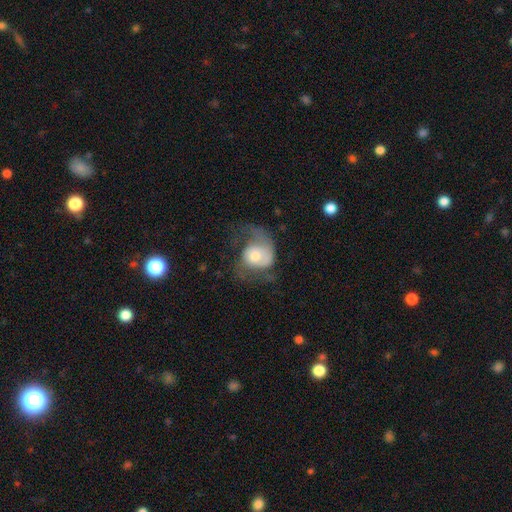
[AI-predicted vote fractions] Smooth or featured?
  - featured or disk: 61% *
  - smooth: 32%
  - star or artifact: 7%
Edge-on disk?
  - no: 97% *
  - yes: 3%
Bar?
  - no: 73% *
  - weak: 23%
  - strong: 4%
Spiral arms?
  - yes: 83% *
  - no: 17%
Bulge size?
  - moderate: 58% *
  - small: 24%
  - large: 13%
  - none: 3%
  - dominant: 2%
Merging?
  - major disturbance: 43% *
  - none: 33%
  - minor disturbance: 21%
  - merger: 2%